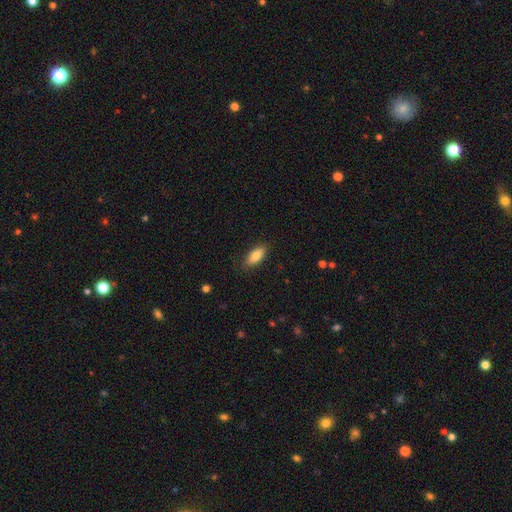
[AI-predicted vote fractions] Smooth or featured? Predicted: smooth (p=0.83). How rounded? Predicted: in between (p=0.79). Merging? Predicted: none (p=0.86).